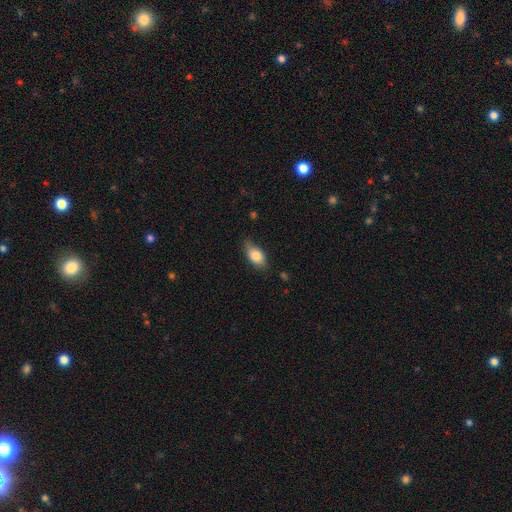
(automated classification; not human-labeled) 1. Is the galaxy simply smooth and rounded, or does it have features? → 82% smooth, 11% featured or disk, 7% star or artifact.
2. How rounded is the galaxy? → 88% in between, 6% round, 5% cigar-shaped.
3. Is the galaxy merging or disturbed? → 69% none, 25% minor disturbance, 5% major disturbance, 1% merger.